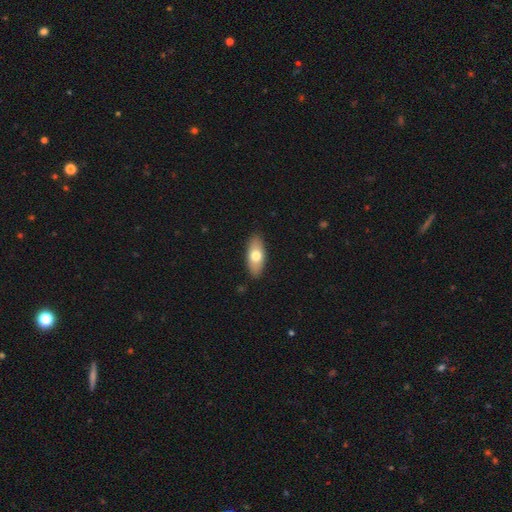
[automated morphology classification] Smooth or featured? Predicted: smooth (p=0.69). How rounded? Predicted: in between (p=0.83). Merging? Predicted: none (p=0.88).